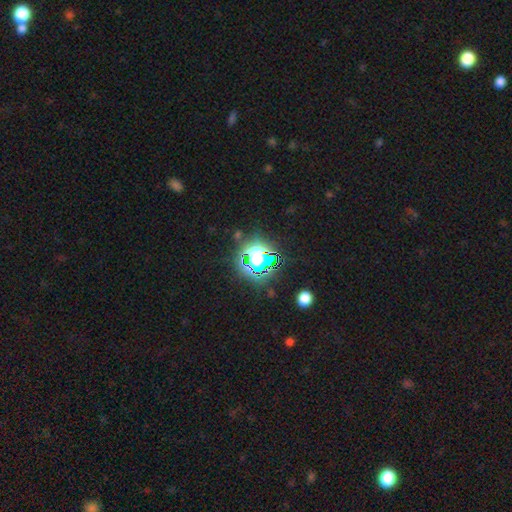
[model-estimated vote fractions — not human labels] Smooth or featured?
  - star or artifact: 67% *
  - smooth: 22%
  - featured or disk: 12%